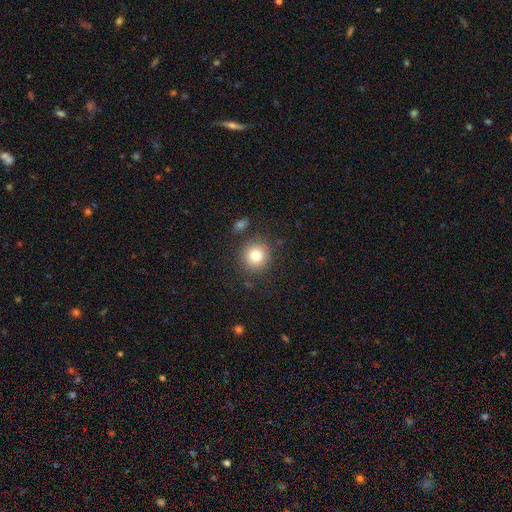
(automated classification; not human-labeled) This is likely a smooth galaxy (79%). How rounded: clearly round (93%). Merging: clearly none (86%).